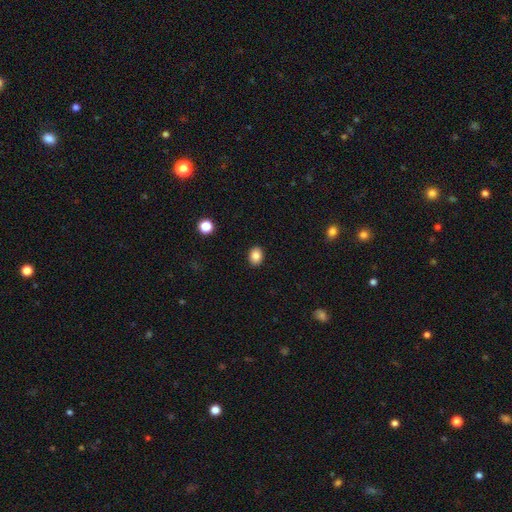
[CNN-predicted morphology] Q: Smooth or featured?
A: smooth (86%); runner-up: star or artifact (10%)
Q: How rounded?
A: in between (65%); runner-up: round (35%)
Q: Merging?
A: none (90%); runner-up: minor disturbance (7%)